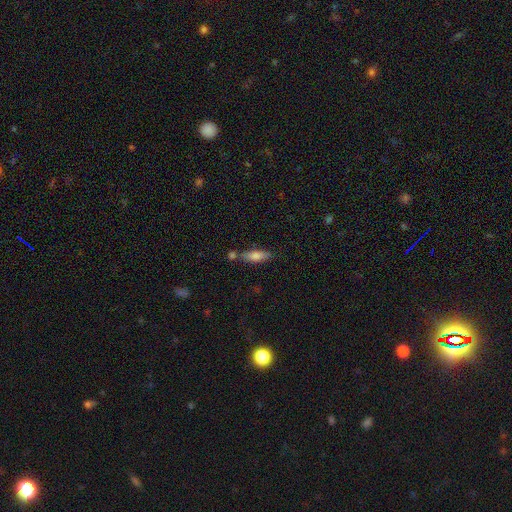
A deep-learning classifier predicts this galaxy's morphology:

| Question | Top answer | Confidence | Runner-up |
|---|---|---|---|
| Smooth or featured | smooth | 73% | featured or disk (19%) |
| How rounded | cigar-shaped | 50% | in between (48%) |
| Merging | none | 64% | merger (17%) |